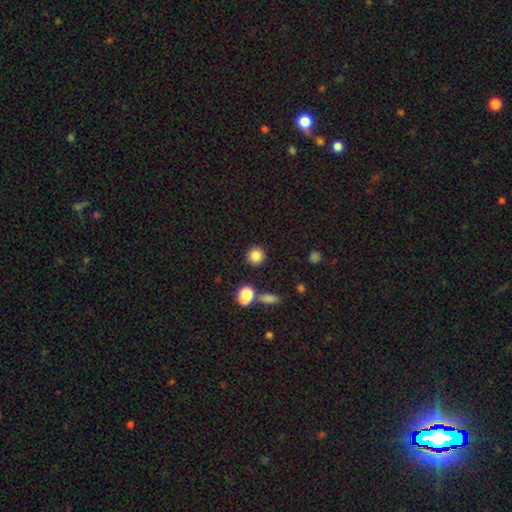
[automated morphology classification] smooth_or_featured: smooth (p=0.84) [alt: star or artifact p=0.11]
how_rounded: round (p=0.90) [alt: in between p=0.09]
merging: none (p=0.86) [alt: minor disturbance p=0.07]